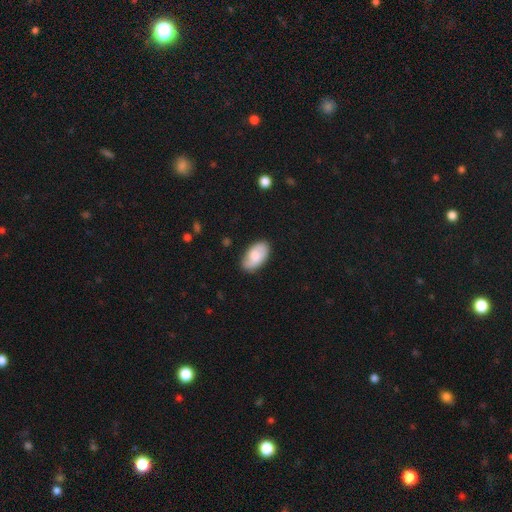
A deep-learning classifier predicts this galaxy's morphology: Smooth or featured? Predicted: smooth (p=0.64). How rounded? Predicted: in between (p=0.94). Merging? Predicted: none (p=0.80).